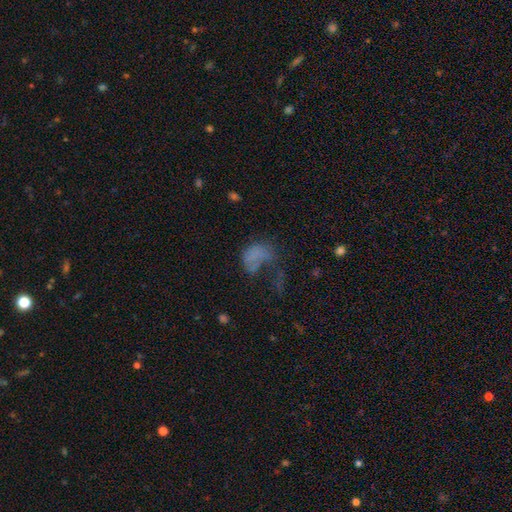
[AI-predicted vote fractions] smooth-or-featured: smooth: 50% | featured or disk: 31% | star or artifact: 20%
  merging: major disturbance: 52% | none: 23% | minor disturbance: 15% | merger: 9%